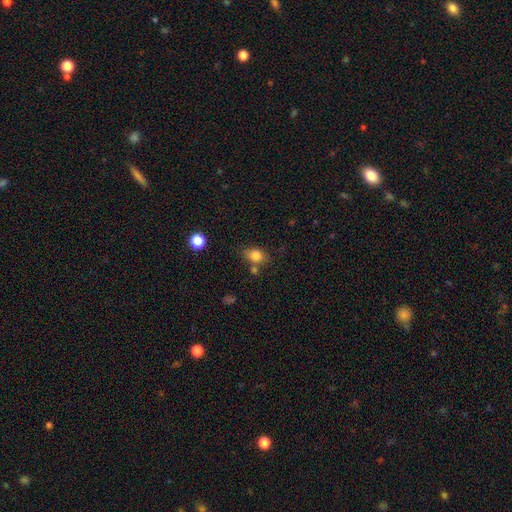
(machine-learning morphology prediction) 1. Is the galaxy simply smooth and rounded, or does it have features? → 82% smooth, 10% star or artifact, 8% featured or disk.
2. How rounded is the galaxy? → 65% in between, 33% round, 2% cigar-shaped.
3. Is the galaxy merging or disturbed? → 65% none, 17% minor disturbance, 13% merger, 5% major disturbance.